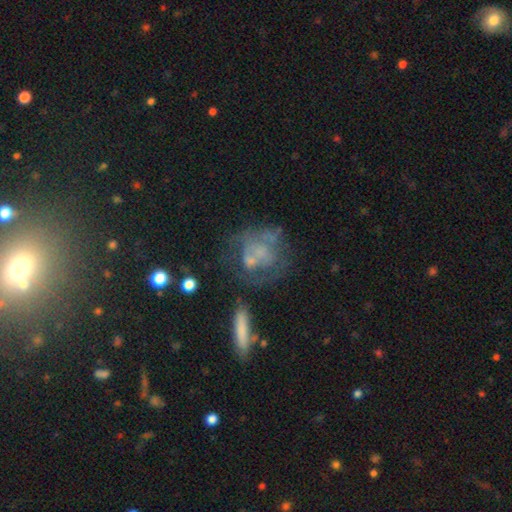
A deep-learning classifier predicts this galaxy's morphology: A featured or disk galaxy (54%) with no bar (84%), no spiral arms (70%) and no central bulge (47%). Merging: none (45%).